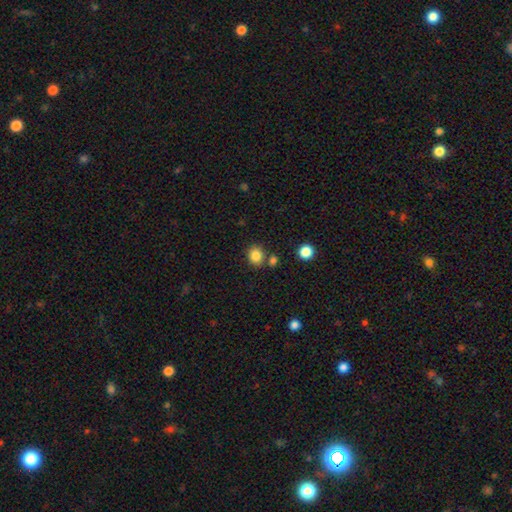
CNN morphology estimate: This appears to be a smooth galaxy with no disk features (84%) that is round (68%). Merging: none (77%).